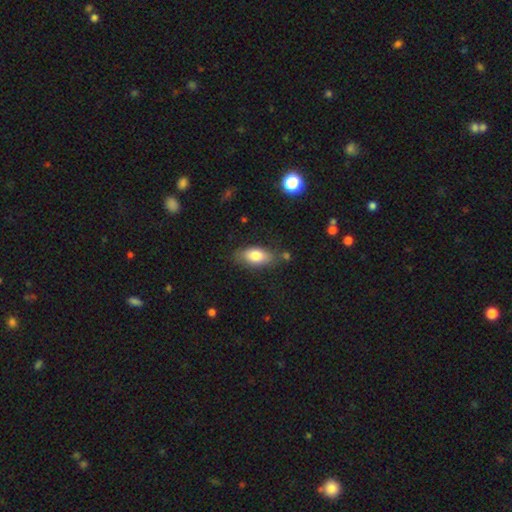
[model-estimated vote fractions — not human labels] Smooth or featured: smooth — 79% (featured or disk — 14%)
How rounded: in between — 88% (cigar-shaped — 9%)
Merging: none — 75% (minor disturbance — 17%)